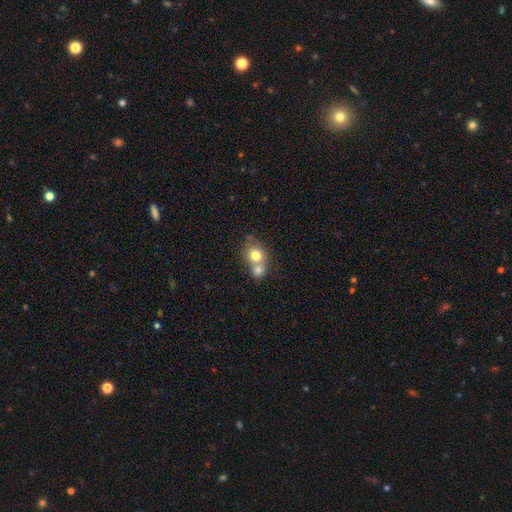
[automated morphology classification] type=smooth (75%); roundness=round (71%); merging=merger (63%).